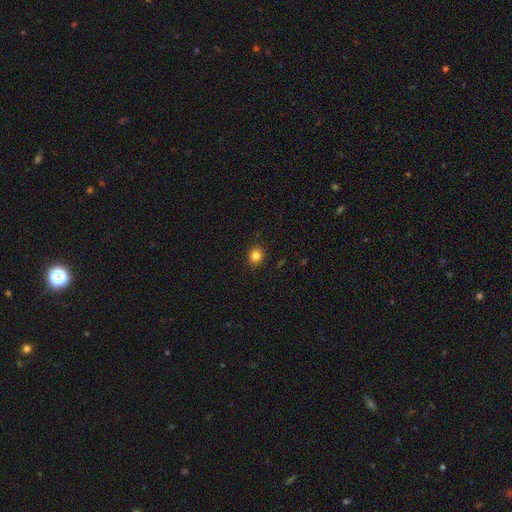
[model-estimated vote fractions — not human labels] Smooth or featured?
  - smooth: 84% *
  - star or artifact: 12%
  - featured or disk: 5%
How rounded?
  - round: 74% *
  - in between: 25%
  - cigar-shaped: 1%
Merging?
  - none: 90% *
  - minor disturbance: 8%
  - major disturbance: 2%
  - merger: 1%